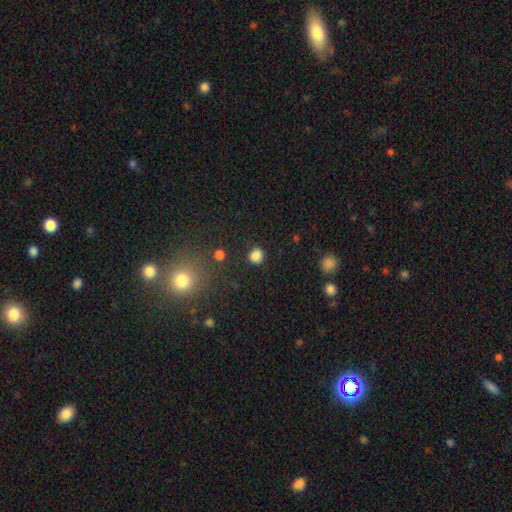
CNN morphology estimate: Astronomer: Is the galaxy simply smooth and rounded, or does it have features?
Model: smooth — 84%.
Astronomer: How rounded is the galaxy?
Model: round — 81%.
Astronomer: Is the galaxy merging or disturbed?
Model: none — 82%.